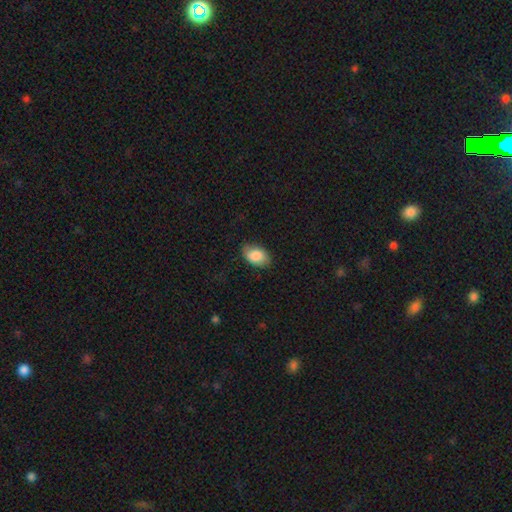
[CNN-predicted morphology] Smooth or featured: smooth — 87% (star or artifact — 6%)
How rounded: in between — 90% (round — 9%)
Merging: none — 82% (minor disturbance — 14%)